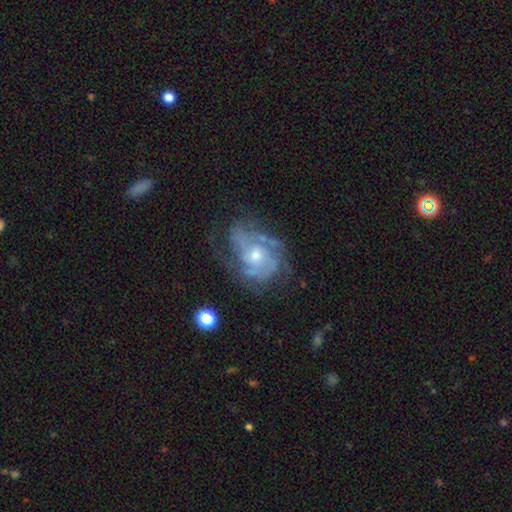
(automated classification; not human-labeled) Overall: featured or disk (83%). Edge-on disk: no (97%). Bar: no (73%). Spiral arms: yes (89%). Spiral arm count: can't tell (32%; 2 26%). Spiral winding: tight (47%; medium 40%). Bulge size: moderate (53%; small 42%). Merging: none (58%; minor disturbance 23%).